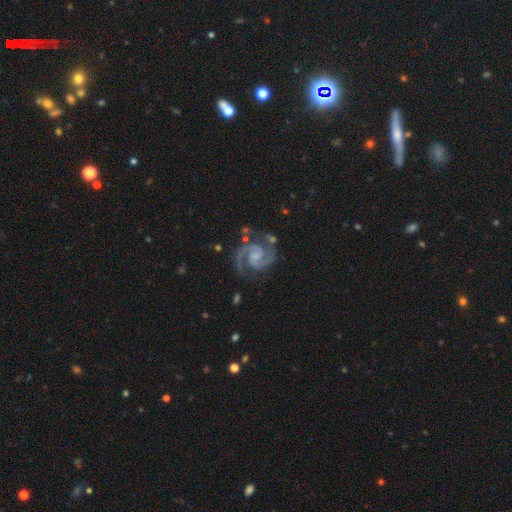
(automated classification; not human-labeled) featured or disk 94%, star or artifact 4%, smooth 2%. Down the decision tree: edge-on disk — no (99%); bar — no (48%); spiral arms — yes (99%); spiral arm count — 2 (94%); spiral winding — medium (53%); bulge size — small (43%); merging — none (76%).